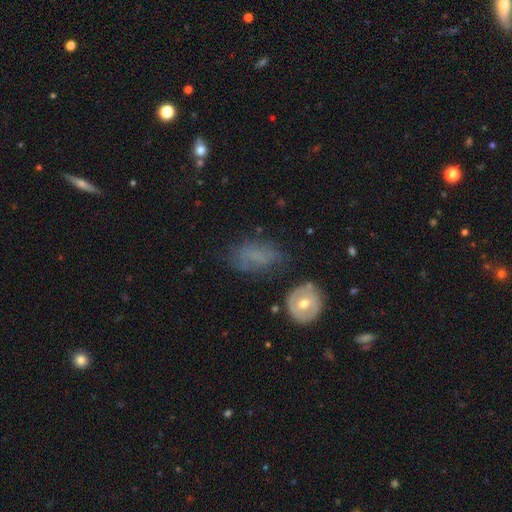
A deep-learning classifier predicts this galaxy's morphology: type=smooth (57%); roundness=in between (85%); merging=none (54%).